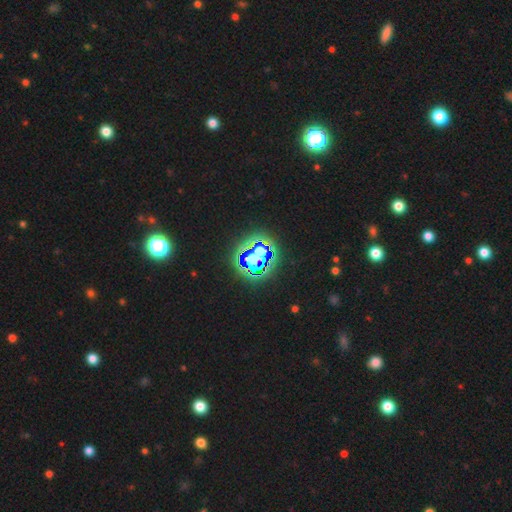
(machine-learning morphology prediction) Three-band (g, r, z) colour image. It shows a star or artifact, not a galaxy (65%).